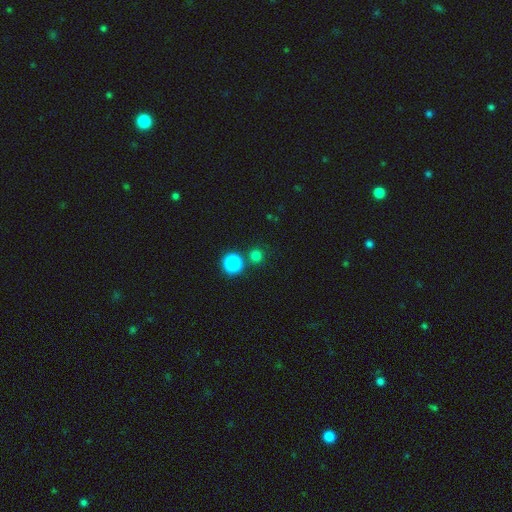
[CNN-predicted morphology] A smooth galaxy with no disk features (75%) that is round (92%).

Vote fractions:
- Smooth or featured? smooth: 75% / star or artifact: 21% / featured or disk: 4%
- How rounded? round: 92% / in between: 7% / cigar-shaped: 1%
- Merging? none: 80% / merger: 11% / minor disturbance: 7% / major disturbance: 3%